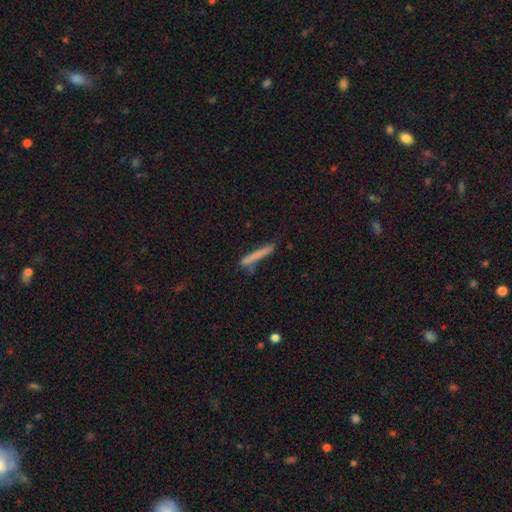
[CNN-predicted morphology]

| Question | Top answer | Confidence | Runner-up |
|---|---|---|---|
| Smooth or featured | smooth | 71% | featured or disk (22%) |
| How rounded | cigar-shaped | 96% | in between (3%) |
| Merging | none | 77% | minor disturbance (15%) |